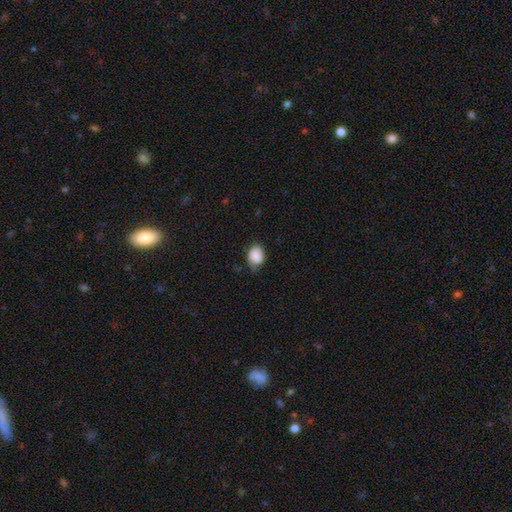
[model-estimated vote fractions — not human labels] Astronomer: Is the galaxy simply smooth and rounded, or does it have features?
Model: smooth — 86%.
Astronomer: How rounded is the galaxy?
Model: in between — 67%.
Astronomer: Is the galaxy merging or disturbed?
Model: none — 56% (runner-up: minor disturbance, 34%).